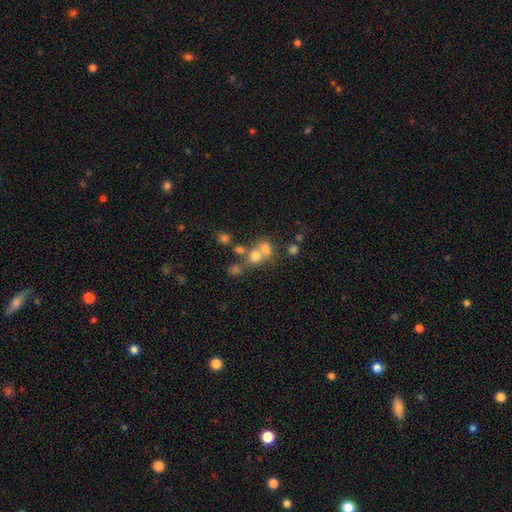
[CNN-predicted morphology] This appears to be a smooth galaxy with no disk features (64%) that is round (73%). Merging: merger (54%).